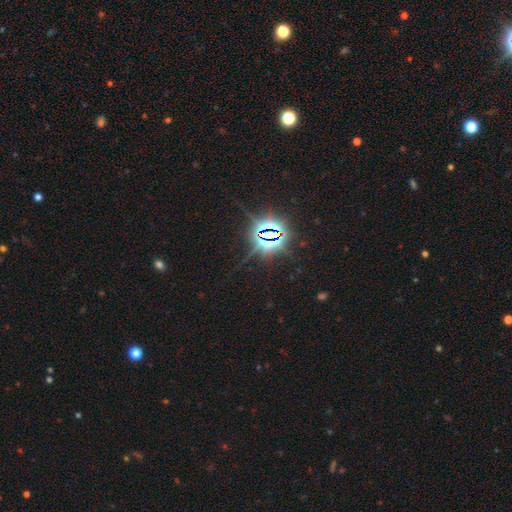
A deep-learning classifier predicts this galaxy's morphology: Smooth or featured?
  - star or artifact: 84% *
  - smooth: 10%
  - featured or disk: 6%